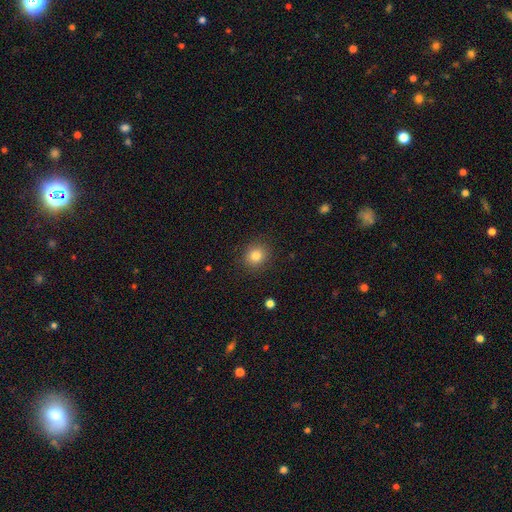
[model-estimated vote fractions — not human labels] Morphology: type=smooth (82%); roundness=round (82%); merging=none (89%).